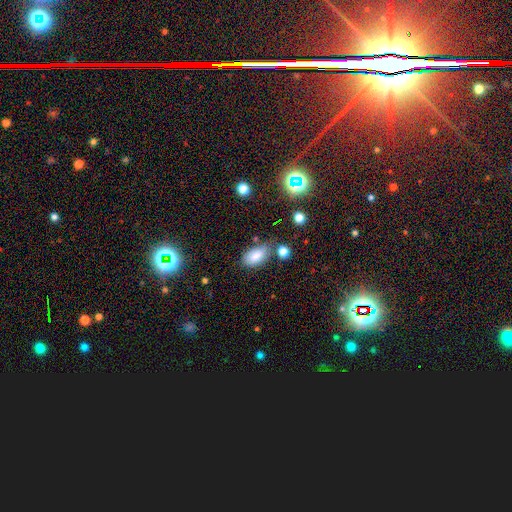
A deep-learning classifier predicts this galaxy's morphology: Smooth or featured? smooth (81%)
How rounded? in between (92%)
Merging? none (67%)